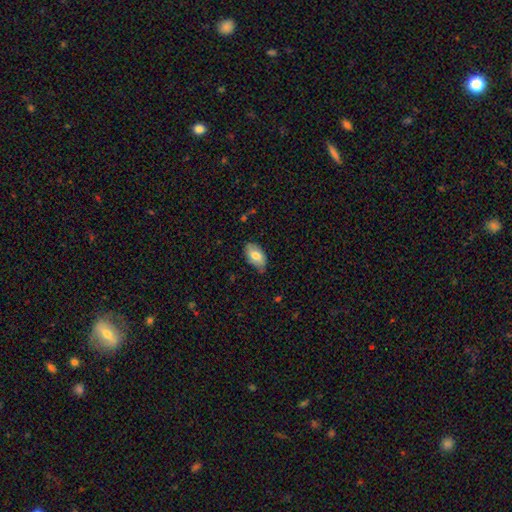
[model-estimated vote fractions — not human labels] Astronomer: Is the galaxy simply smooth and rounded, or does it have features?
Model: smooth — 74%.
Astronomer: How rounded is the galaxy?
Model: in between — 94%.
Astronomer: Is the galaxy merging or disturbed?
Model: none — 72%.